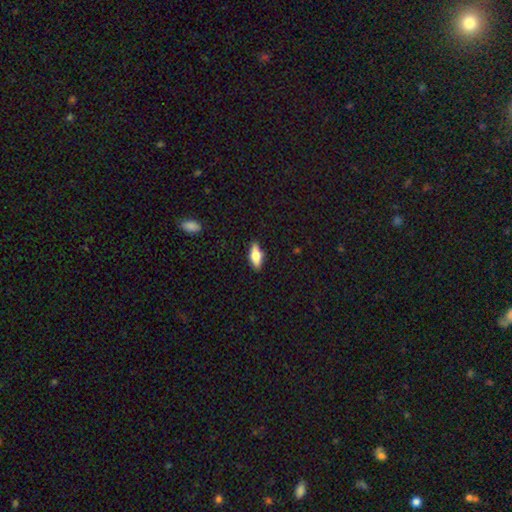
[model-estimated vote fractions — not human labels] Smooth or featured?
  - smooth: 61% *
  - featured or disk: 32%
  - star or artifact: 7%
How rounded?
  - in between: 70% *
  - cigar-shaped: 27%
  - round: 3%
Merging?
  - none: 87% *
  - minor disturbance: 10%
  - major disturbance: 2%
  - merger: 1%